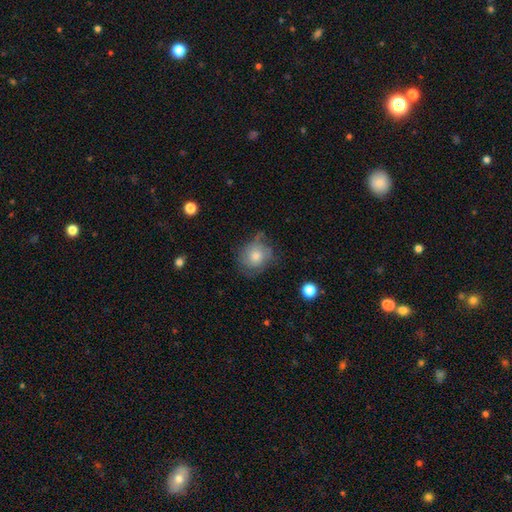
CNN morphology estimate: Q: Smooth or featured?
A: smooth (50%); runner-up: featured or disk (40%)
Q: How rounded?
A: round (77%); runner-up: in between (22%)
Q: Merging?
A: none (61%); runner-up: minor disturbance (25%)